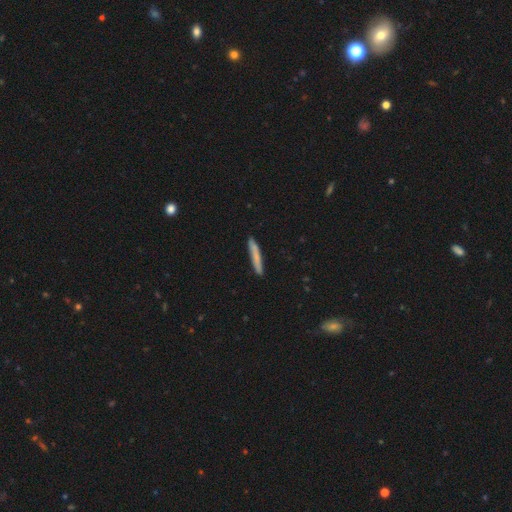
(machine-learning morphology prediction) Overall: smooth (74%). How rounded: cigar-shaped (95%). Merging: none (88%).